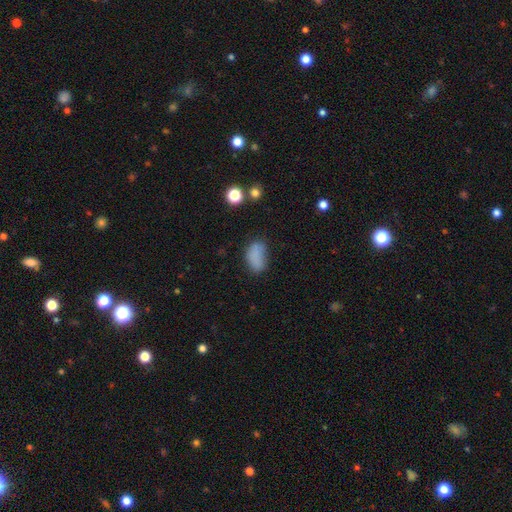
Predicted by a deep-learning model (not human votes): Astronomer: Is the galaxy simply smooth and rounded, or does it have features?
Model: smooth — 79%.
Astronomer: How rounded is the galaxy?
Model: in between — 90%.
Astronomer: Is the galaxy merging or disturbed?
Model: none — 57%.